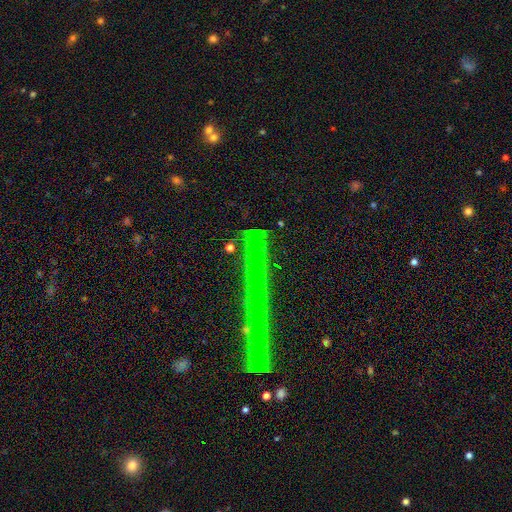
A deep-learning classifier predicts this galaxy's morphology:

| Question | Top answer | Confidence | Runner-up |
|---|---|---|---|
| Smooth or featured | star or artifact | 72% | featured or disk (18%) |